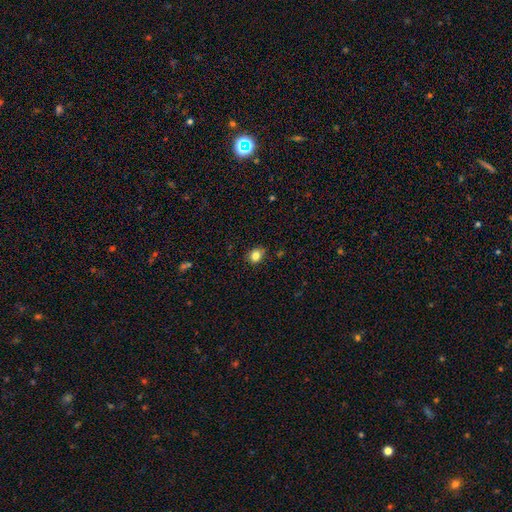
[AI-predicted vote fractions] This is clearly a smooth galaxy (83%). How rounded: possibly round (56%). Merging: clearly none (82%).